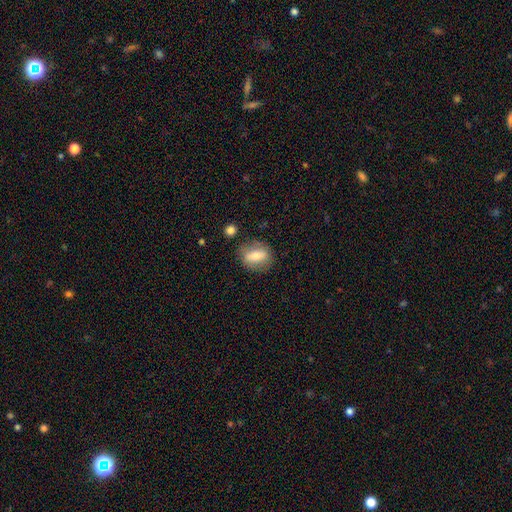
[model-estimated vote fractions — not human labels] Morphology: type=smooth (65%); roundness=in between (67%); merging=none (79%).